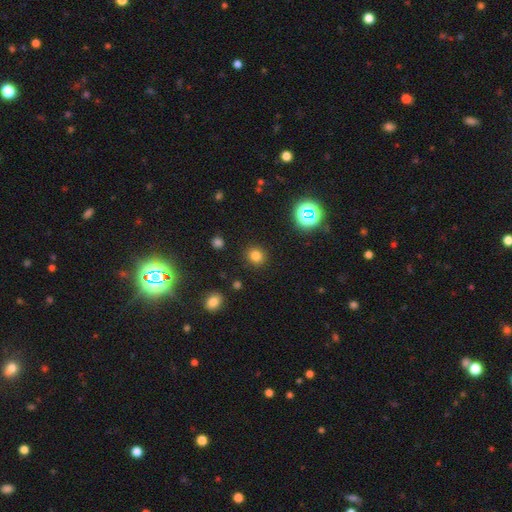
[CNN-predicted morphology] Overall: smooth (79%). How rounded: round (79%). Merging: none (89%).